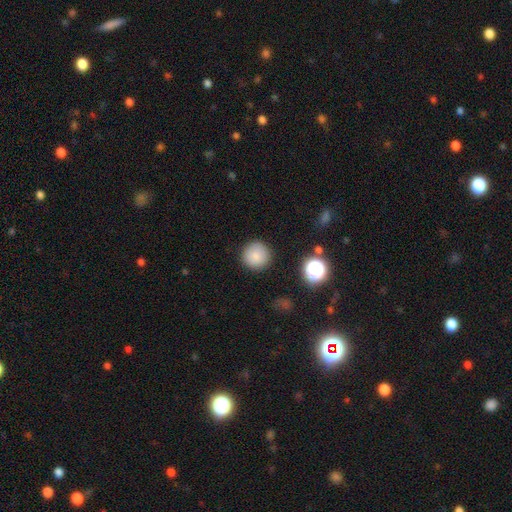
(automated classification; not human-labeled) Overall: smooth (83%). How rounded: round (95%). Merging: none (89%).